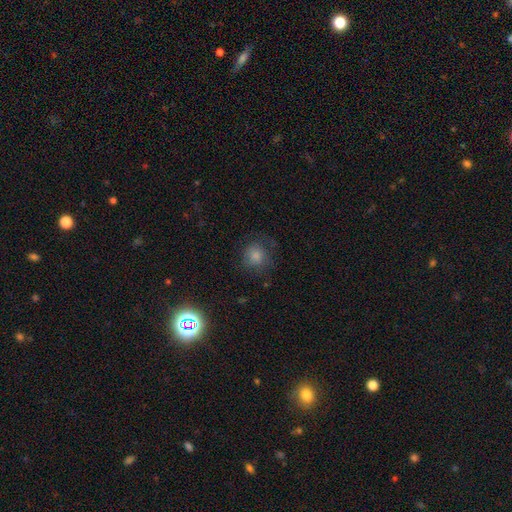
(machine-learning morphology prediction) Smooth or featured? Predicted: smooth (p=0.79). How rounded? Predicted: round (p=0.88). Merging? Predicted: none (p=0.72).